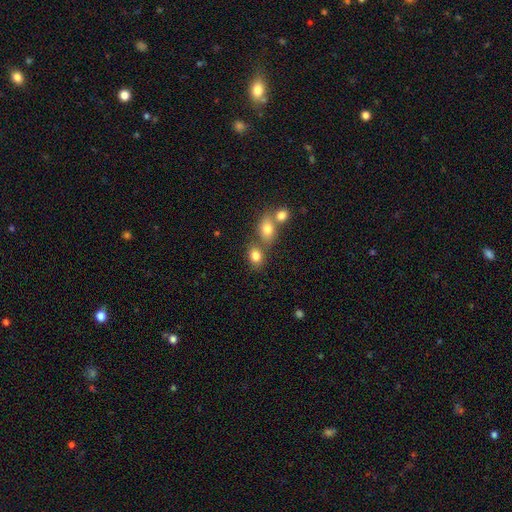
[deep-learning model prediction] A smooth galaxy with no disk features (80%) that is in between round and cigar-shaped (59%).

Vote fractions:
- Smooth or featured? smooth: 80% / star or artifact: 11% / featured or disk: 9%
- How rounded? in between: 59% / round: 39% / cigar-shaped: 1%
- Merging? none: 54% / merger: 30% / minor disturbance: 11% / major disturbance: 4%